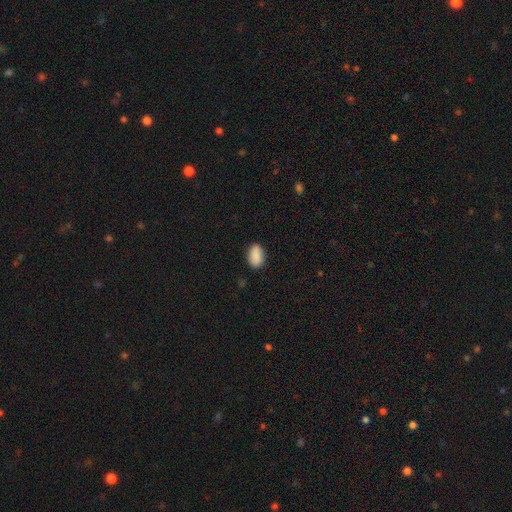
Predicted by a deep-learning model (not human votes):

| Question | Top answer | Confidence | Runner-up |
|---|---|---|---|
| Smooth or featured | smooth | 89% | star or artifact (7%) |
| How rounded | in between | 89% | round (10%) |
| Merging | none | 84% | minor disturbance (12%) |